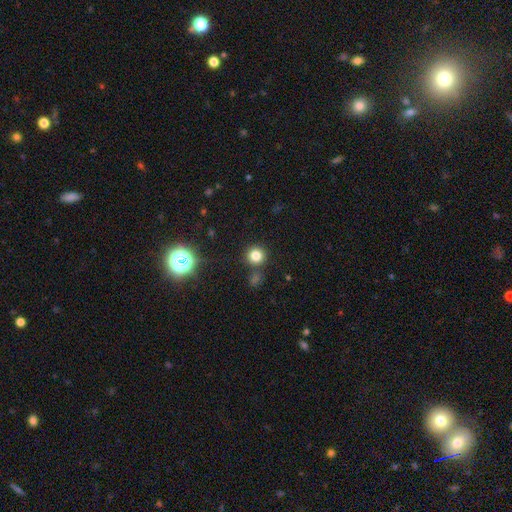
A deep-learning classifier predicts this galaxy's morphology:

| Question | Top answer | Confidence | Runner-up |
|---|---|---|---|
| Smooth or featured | smooth | 78% | star or artifact (16%) |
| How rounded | round | 94% | in between (5%) |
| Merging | none | 84% | minor disturbance (7%) |